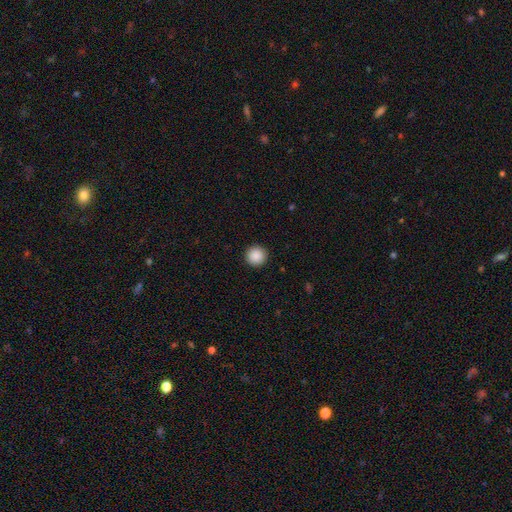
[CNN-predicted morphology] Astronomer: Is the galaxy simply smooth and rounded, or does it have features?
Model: smooth — 89%.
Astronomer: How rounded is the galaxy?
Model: round — 96%.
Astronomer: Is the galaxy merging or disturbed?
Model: none — 94%.